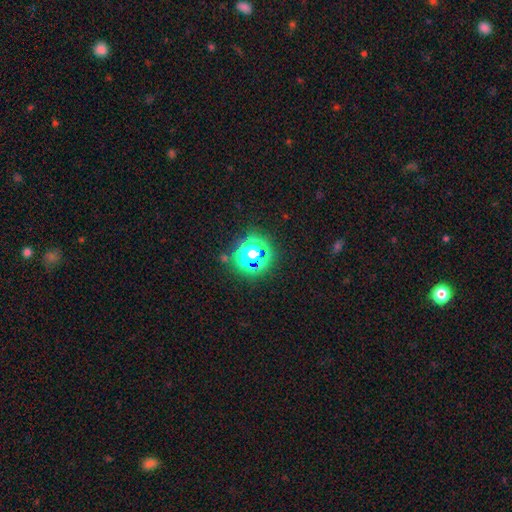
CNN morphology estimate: This is likely a star or artifact rather than a galaxy (74%).